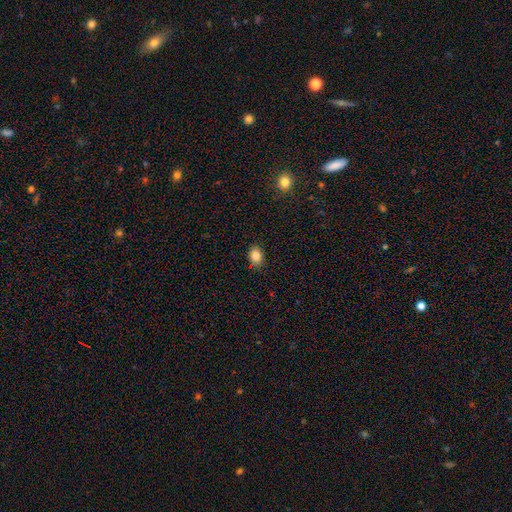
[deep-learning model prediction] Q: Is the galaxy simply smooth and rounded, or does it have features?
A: smooth — 85%.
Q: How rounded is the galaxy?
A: in between — 65%.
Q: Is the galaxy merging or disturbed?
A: none — 86%.